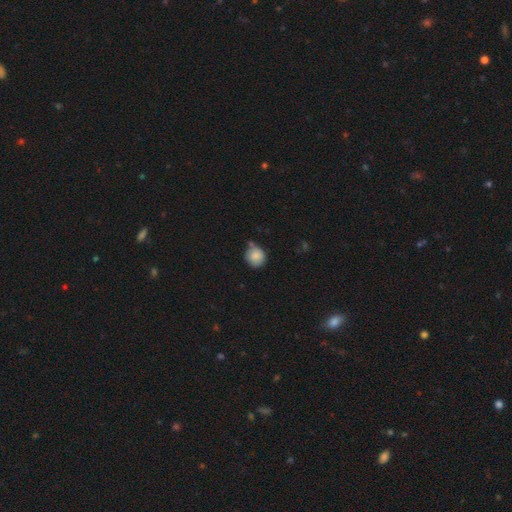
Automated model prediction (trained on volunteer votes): Smooth or featured?
  - smooth: 87% *
  - star or artifact: 8%
  - featured or disk: 5%
How rounded?
  - round: 92% *
  - in between: 7%
  - cigar-shaped: 1%
Merging?
  - none: 67% *
  - minor disturbance: 20%
  - merger: 9%
  - major disturbance: 4%